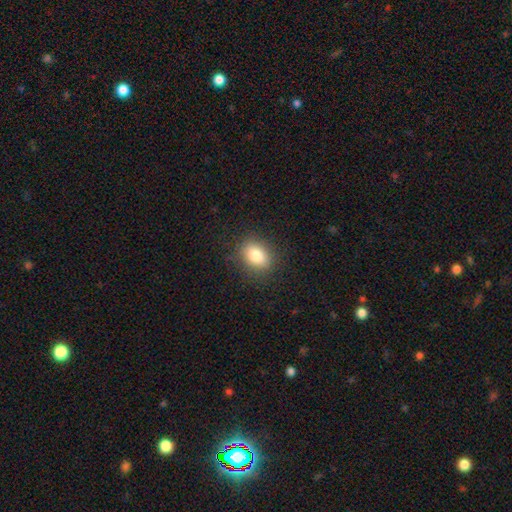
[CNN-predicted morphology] smooth 81%, star or artifact 10%, featured or disk 8%. Down the decision tree: how rounded — in between (61%); merging — none (85%).